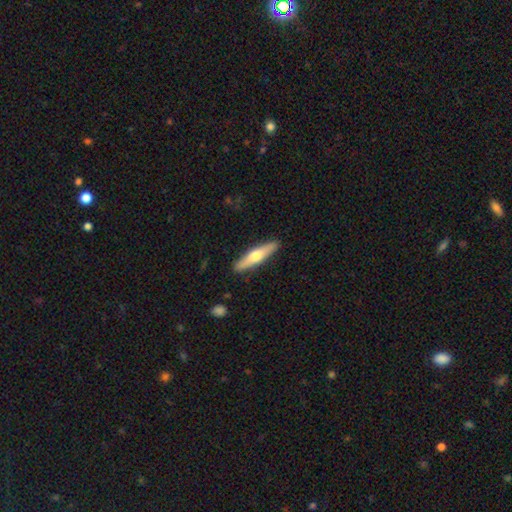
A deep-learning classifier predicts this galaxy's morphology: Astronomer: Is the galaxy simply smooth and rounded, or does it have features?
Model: featured or disk — 49% (runner-up: smooth, 46%).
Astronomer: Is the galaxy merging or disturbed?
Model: none — 90%.